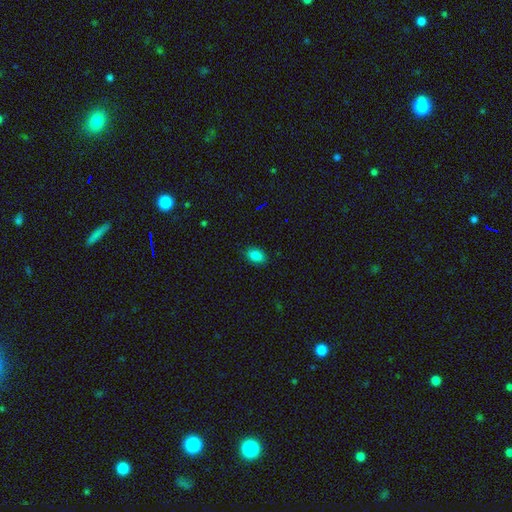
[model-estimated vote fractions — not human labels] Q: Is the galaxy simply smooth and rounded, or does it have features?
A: smooth — 86%.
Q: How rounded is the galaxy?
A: in between — 88%.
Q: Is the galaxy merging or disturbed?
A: none — 87%.